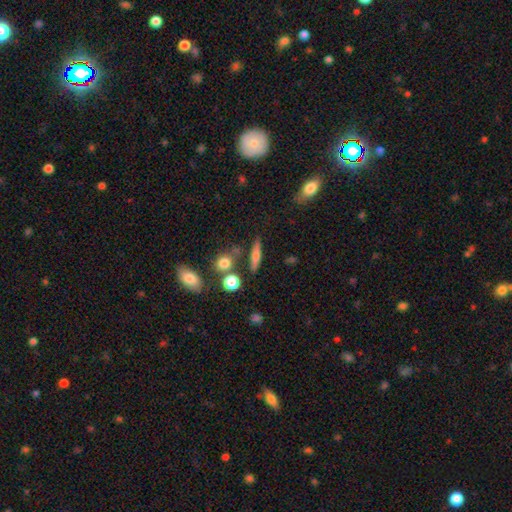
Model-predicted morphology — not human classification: Smooth or featured? Predicted: smooth (p=0.60). How rounded? Predicted: cigar-shaped (p=0.74). Merging? Predicted: none (p=0.78).